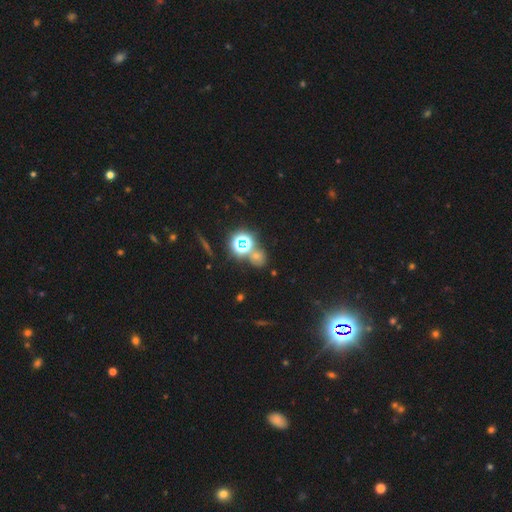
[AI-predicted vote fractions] A star or artifact, not a galaxy (59%).

Vote fractions:
- Smooth or featured? star or artifact: 59% / smooth: 31% / featured or disk: 10%